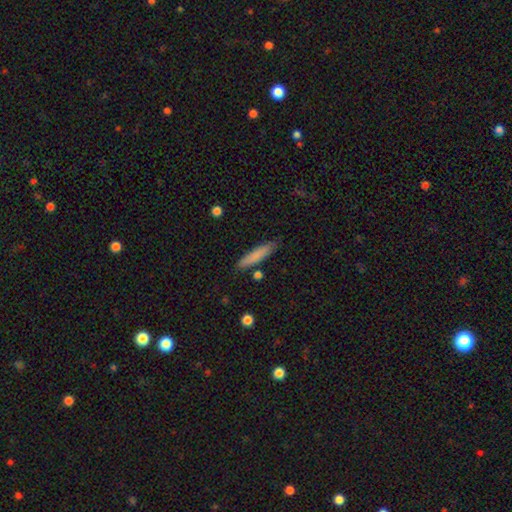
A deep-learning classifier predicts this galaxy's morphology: Smooth or featured: smooth — 79% (featured or disk — 14%)
How rounded: cigar-shaped — 87% (in between — 12%)
Merging: none — 83% (minor disturbance — 12%)